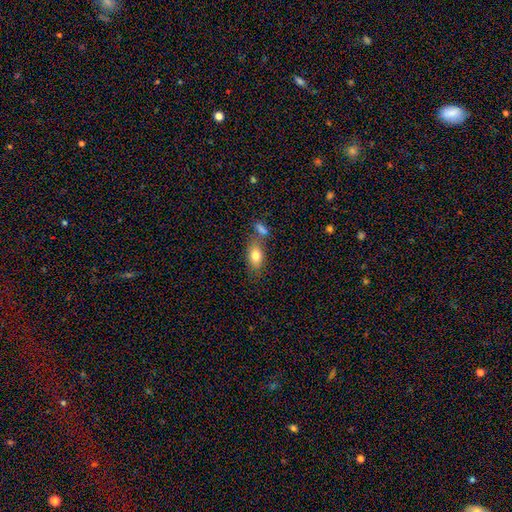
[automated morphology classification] type=smooth (78%); roundness=in between (83%); merging=none (61%).